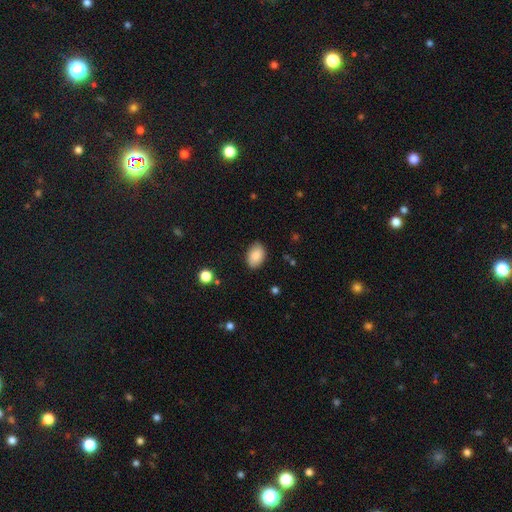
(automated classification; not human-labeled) Overall: smooth (88%). How rounded: in between (86%). Merging: none (85%).